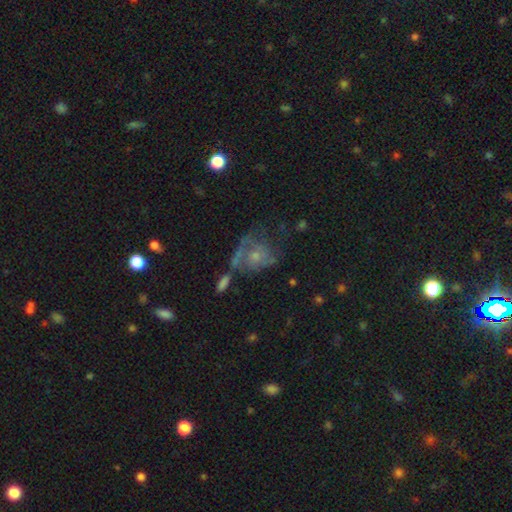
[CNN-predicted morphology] smooth_or_featured: featured or disk (p=0.57) [alt: smooth p=0.29]
disk_edge_on: no (p=0.96) [alt: yes p=0.04]
bar: no (p=0.82) [alt: weak p=0.15]
has_spiral_arms: yes (p=0.65) [alt: no p=0.35]
bulge_size: small (p=0.55) [alt: moderate p=0.33]
merging: none (p=0.36) [alt: major disturbance p=0.30]